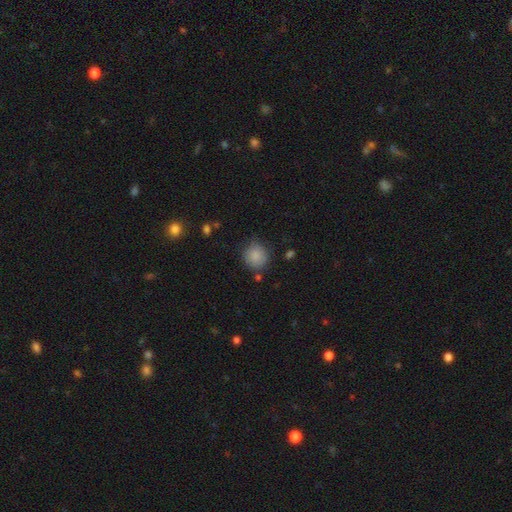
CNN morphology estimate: Smooth or featured: smooth — 86% (star or artifact — 8%)
How rounded: round — 88% (in between — 11%)
Merging: none — 78% (minor disturbance — 15%)